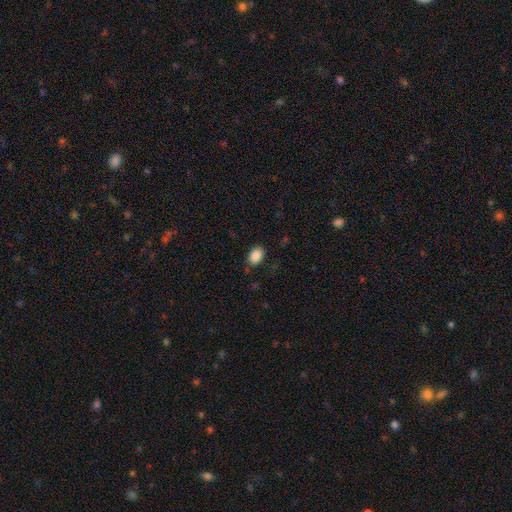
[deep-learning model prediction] Smooth or featured?
  - smooth: 88% *
  - star or artifact: 8%
  - featured or disk: 4%
How rounded?
  - in between: 85% *
  - round: 14%
  - cigar-shaped: 1%
Merging?
  - none: 82% *
  - minor disturbance: 13%
  - major disturbance: 3%
  - merger: 2%